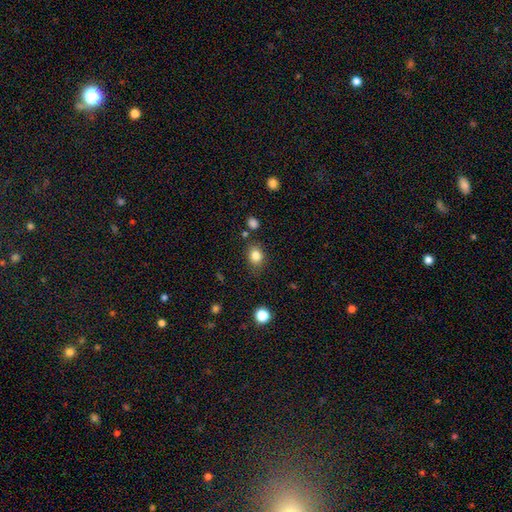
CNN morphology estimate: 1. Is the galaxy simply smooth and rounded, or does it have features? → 83% smooth, 10% star or artifact, 7% featured or disk.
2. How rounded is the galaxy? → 54% in between, 45% round, 1% cigar-shaped.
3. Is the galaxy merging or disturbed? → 77% none, 15% minor disturbance, 4% major disturbance, 3% merger.